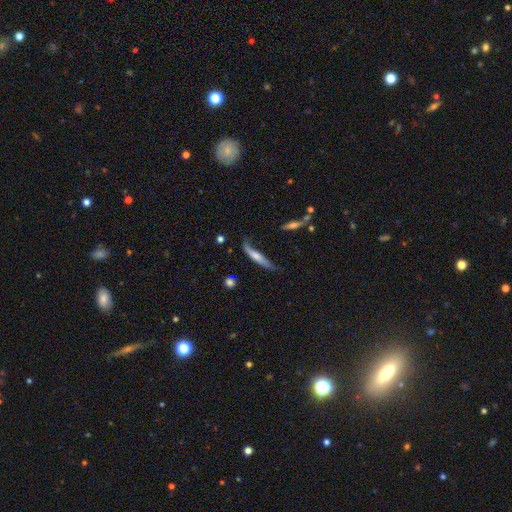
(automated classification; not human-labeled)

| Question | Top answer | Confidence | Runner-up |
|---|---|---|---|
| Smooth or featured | featured or disk | 48% | smooth (44%) |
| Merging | none | 52% | minor disturbance (30%) |